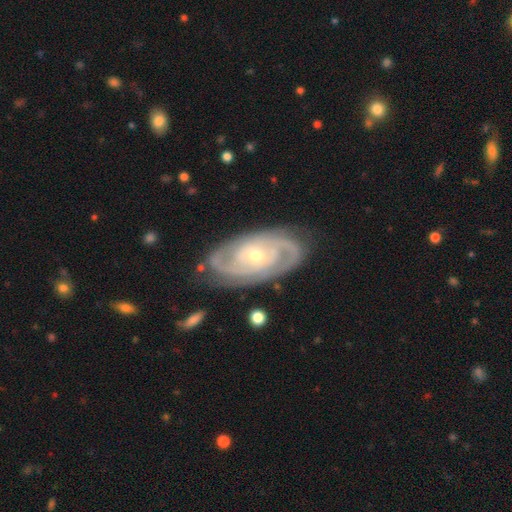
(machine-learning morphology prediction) smooth-or-featured: featured or disk: 91% | smooth: 5% | star or artifact: 4%
  disk-edge-on: no: 96% | yes: 4%
    bar: no: 64% | weak: 26% | strong: 10%
    has-spiral-arms: yes: 98% | no: 2%
      spiral-winding: tight: 70% | medium: 26% | loose: 4%
      spiral-arm-count: 2: 64% | 3: 18% | can't tell: 9% | 4: 4% | 1: 3% | more than 4: 3%
    bulge-size: small: 49% | moderate: 48% | large: 2% | none: 1% | dominant: 1%
  merging: none: 81% | minor disturbance: 14% | major disturbance: 4% | merger: 2%